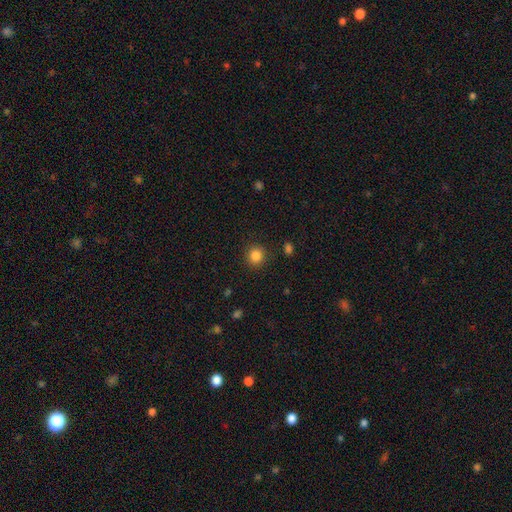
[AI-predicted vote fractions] Overall: smooth (85%). How rounded: round (90%). Merging: none (90%).